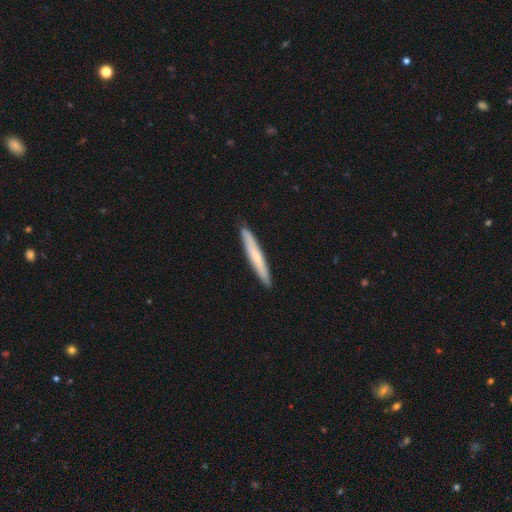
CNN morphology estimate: A smooth galaxy with no disk features (62%) that is cigar-shaped (96%).

Vote fractions:
- Smooth or featured? smooth: 62% / featured or disk: 33% / star or artifact: 5%
- How rounded? cigar-shaped: 96% / in between: 3% / round: 1%
- Merging? none: 91% / minor disturbance: 7% / major disturbance: 1% / merger: 1%